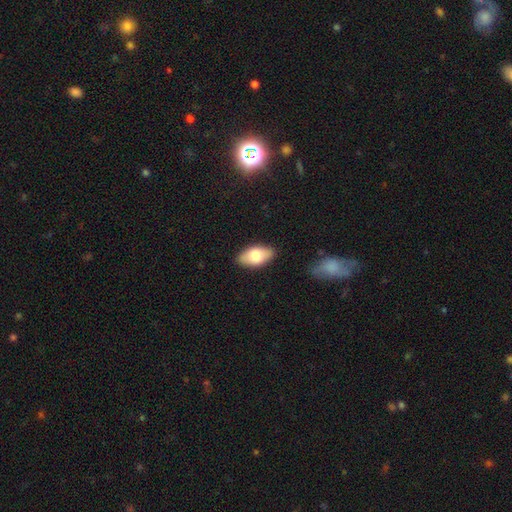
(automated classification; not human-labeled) Smooth or featured?
  - smooth: 72% *
  - featured or disk: 22%
  - star or artifact: 7%
How rounded?
  - in between: 93% *
  - round: 4%
  - cigar-shaped: 3%
Merging?
  - none: 85% *
  - minor disturbance: 11%
  - major disturbance: 2%
  - merger: 1%